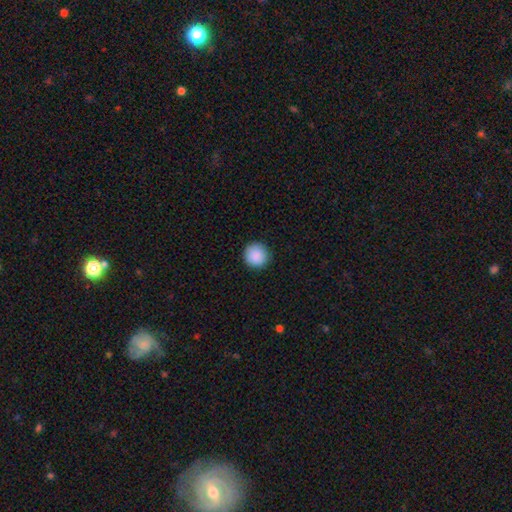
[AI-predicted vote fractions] The model was most divided on "smooth or featured": smooth: 89%, star or artifact: 8%, featured or disk: 3%. More confident: how rounded — round (96%); merging — none (92%).